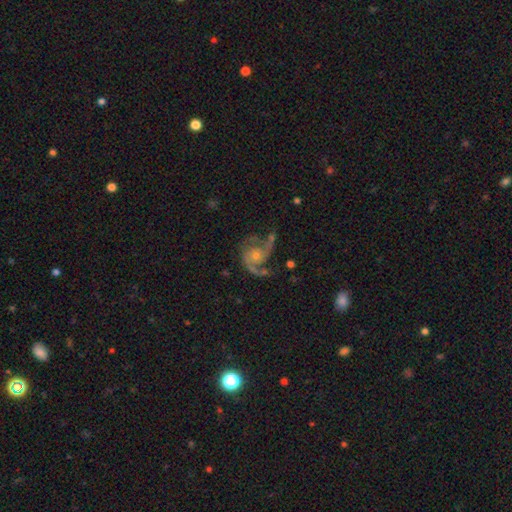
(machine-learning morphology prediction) A featured or disk galaxy (88%) with no bar (74%), 2 (72%) medium (54%) spiral arms (97%) and a small central bulge (55%).

Vote fractions:
- Smooth or featured? featured or disk: 88% / star or artifact: 6% / smooth: 6%
- Edge-on disk? no: 98% / yes: 2%
- Bar? no: 74% / weak: 21% / strong: 5%
- Spiral arms? yes: 97% / no: 3%
- Spiral winding? medium: 54% / loose: 27% / tight: 19%
- Spiral arm count? 2: 72% / 3: 14% / 1: 5% / can't tell: 5% / 4: 2% / more than 4: 2%
- Bulge size? small: 55% / moderate: 39% / none: 3% / large: 2% / dominant: 1%
- Merging? none: 58% / minor disturbance: 20% / major disturbance: 18% / merger: 4%